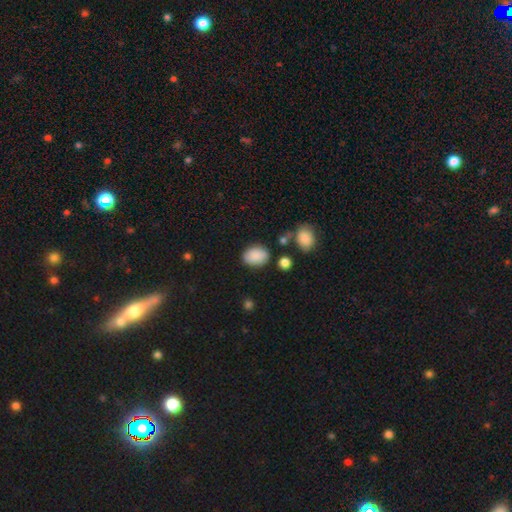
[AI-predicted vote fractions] smooth_or_featured: smooth (p=0.87) [alt: star or artifact p=0.08]
how_rounded: in between (p=0.76) [alt: round p=0.23]
merging: none (p=0.79) [alt: minor disturbance p=0.13]